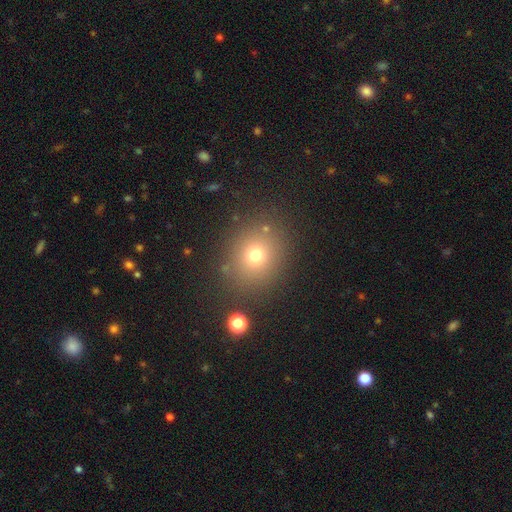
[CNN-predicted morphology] smooth 70%, star or artifact 19%, featured or disk 11%. Down the decision tree: how rounded — round (74%); merging — none (83%).